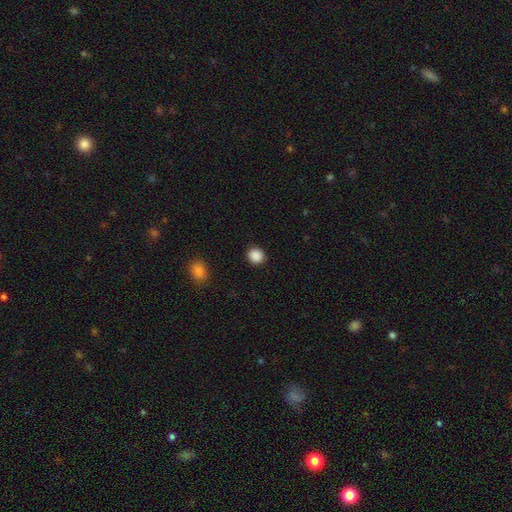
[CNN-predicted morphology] This appears to be a smooth galaxy with no disk features (88%) that is round (86%). Merging: none (91%).